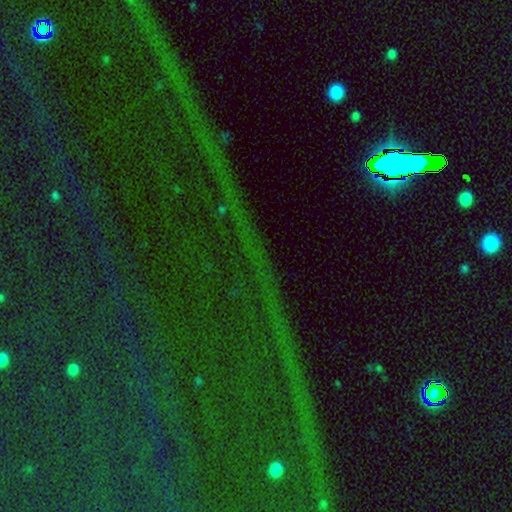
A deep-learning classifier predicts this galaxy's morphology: type=star or artifact (81%).